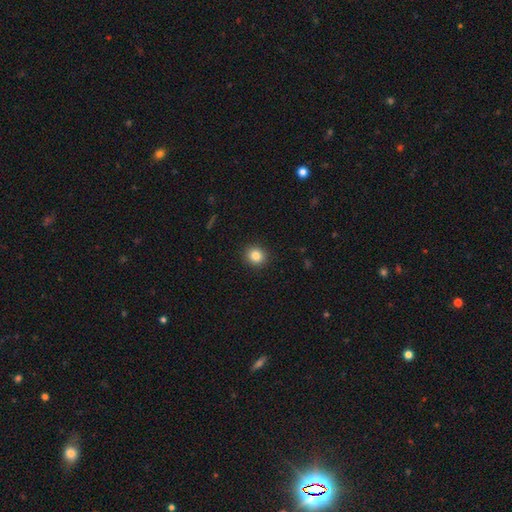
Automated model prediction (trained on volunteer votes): smooth_or_featured: smooth (p=0.84) [alt: star or artifact p=0.10]
how_rounded: round (p=0.85) [alt: in between p=0.14]
merging: none (p=0.92) [alt: minor disturbance p=0.05]